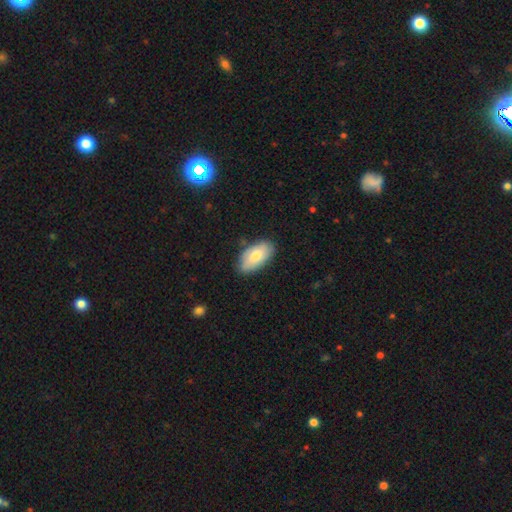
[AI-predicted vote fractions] This is likely a smooth galaxy (73%). How rounded: clearly in between (95%). Merging: likely none (79%).